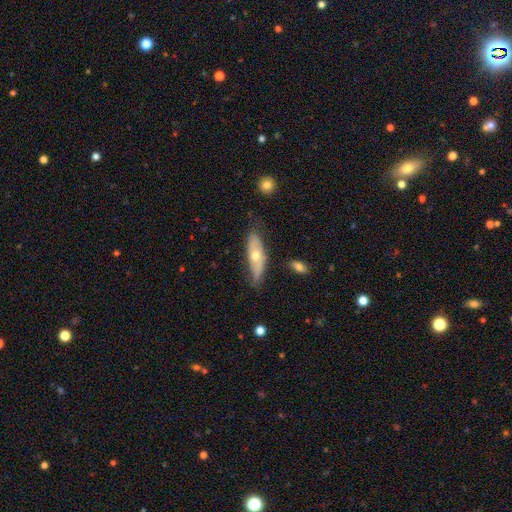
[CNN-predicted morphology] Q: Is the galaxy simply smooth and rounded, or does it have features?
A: smooth — 48%.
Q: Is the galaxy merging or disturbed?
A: none — 58%.